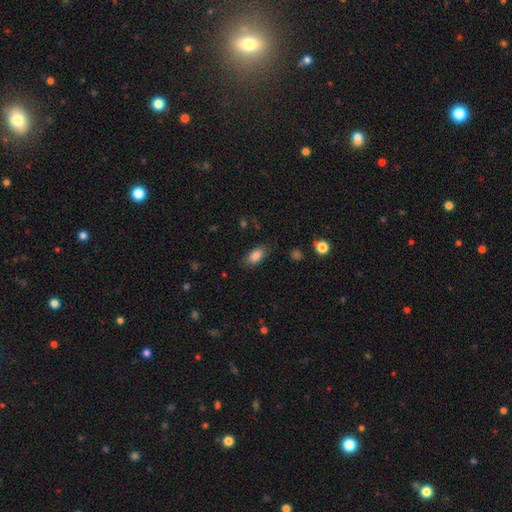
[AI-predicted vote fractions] Smooth or featured: smooth — 86% (star or artifact — 8%)
How rounded: in between — 90% (round — 5%)
Merging: none — 82% (minor disturbance — 13%)